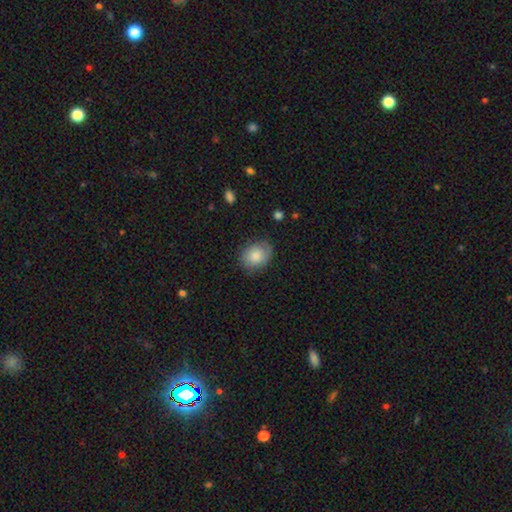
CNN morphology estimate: smooth-or-featured: smooth: 70% | featured or disk: 23% | star or artifact: 7%
  how-rounded: in between: 52% | round: 47% | cigar-shaped: 1%
  merging: none: 74% | minor disturbance: 19% | major disturbance: 5% | merger: 1%